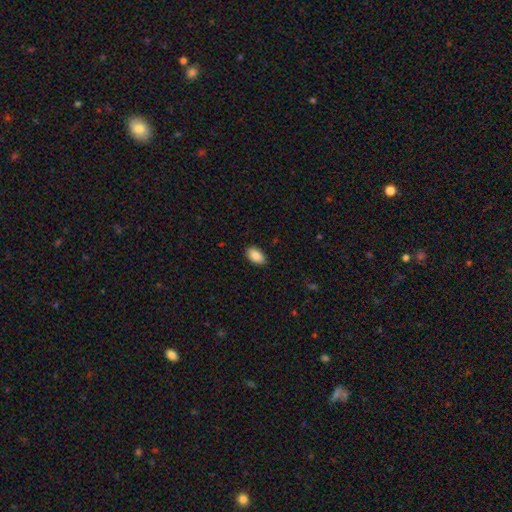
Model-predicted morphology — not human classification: smooth 88%, star or artifact 7%, featured or disk 5%. Down the decision tree: how rounded — in between (93%); merging — none (88%).